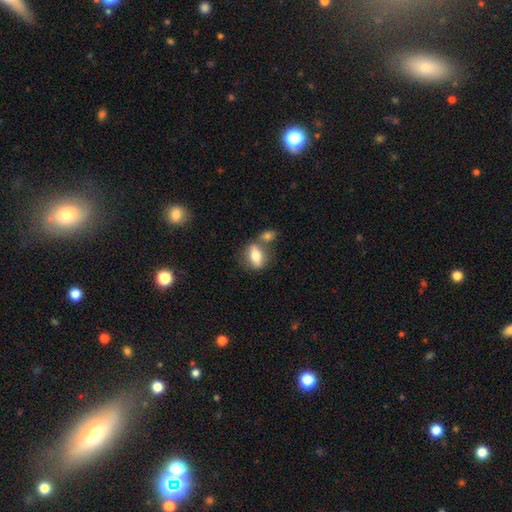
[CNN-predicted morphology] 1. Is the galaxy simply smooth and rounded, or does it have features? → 68% smooth, 25% featured or disk, 7% star or artifact.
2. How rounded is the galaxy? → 76% in between, 15% round, 9% cigar-shaped.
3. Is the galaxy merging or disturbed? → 50% none, 32% merger, 12% minor disturbance, 6% major disturbance.